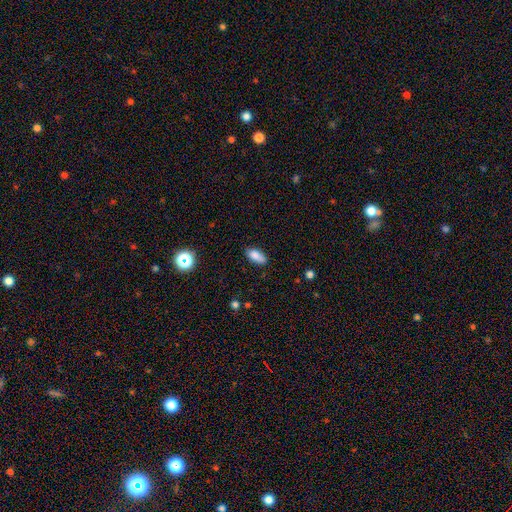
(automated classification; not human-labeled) A smooth galaxy with no disk features (85%) that is in between round and cigar-shaped (89%).

Vote fractions:
- Smooth or featured? smooth: 85% / star or artifact: 9% / featured or disk: 7%
- How rounded? in between: 89% / cigar-shaped: 7% / round: 3%
- Merging? none: 82% / minor disturbance: 14% / major disturbance: 2% / merger: 1%